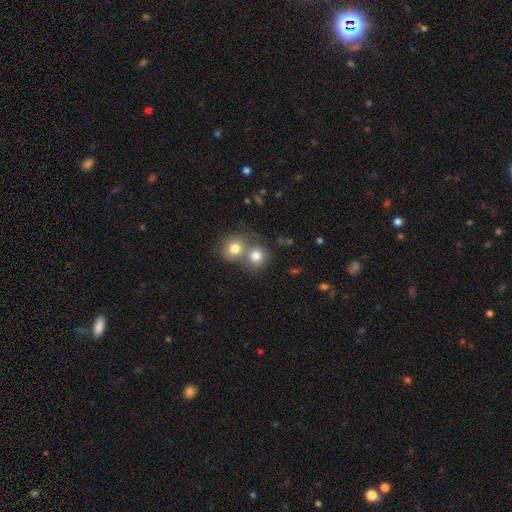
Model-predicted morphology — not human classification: Overall: smooth (80%). How rounded: round (81%). Merging: merger (53%; none 36%).